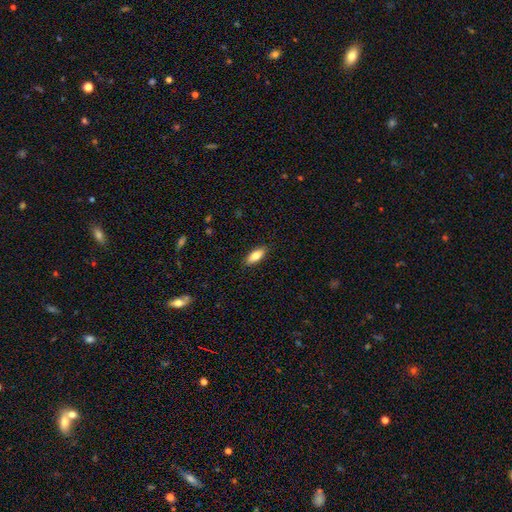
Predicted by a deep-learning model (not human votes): smooth-or-featured: smooth: 79% | featured or disk: 15% | star or artifact: 7%
  how-rounded: in between: 79% | cigar-shaped: 19% | round: 2%
  merging: none: 88% | minor disturbance: 9% | major disturbance: 2% | merger: 1%